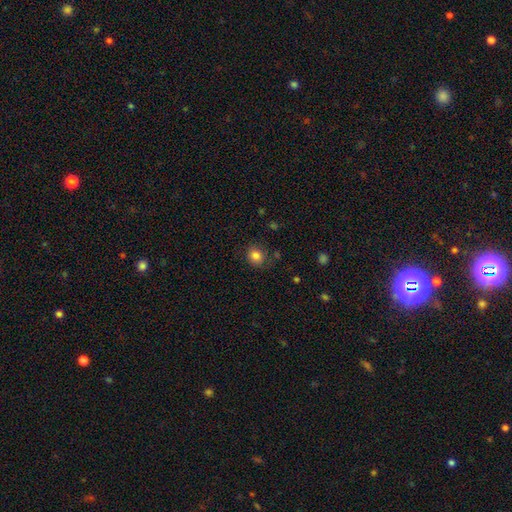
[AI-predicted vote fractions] Overall: smooth (83%). How rounded: round (79%). Merging: none (82%).